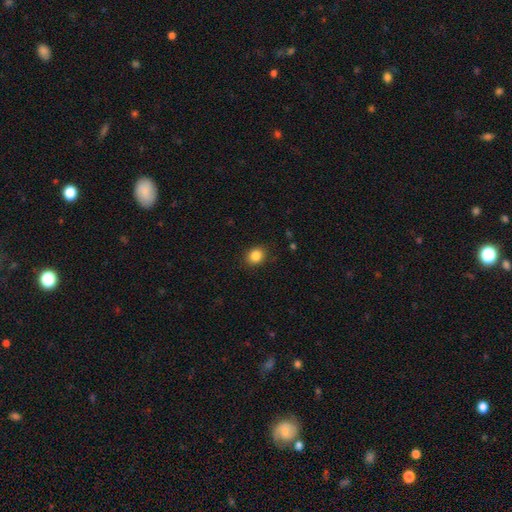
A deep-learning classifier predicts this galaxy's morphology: This is clearly a smooth galaxy (85%). How rounded: likely round (69%). Merging: clearly none (89%).